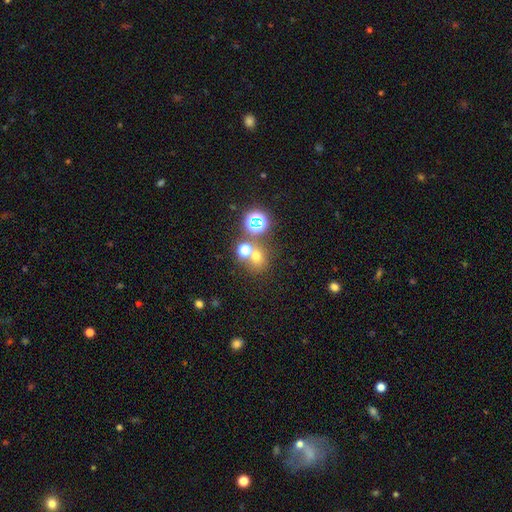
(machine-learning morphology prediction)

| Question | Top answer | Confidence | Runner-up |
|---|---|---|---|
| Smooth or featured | smooth | 58% | star or artifact (31%) |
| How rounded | round | 76% | in between (23%) |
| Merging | none | 57% | merger (31%) |